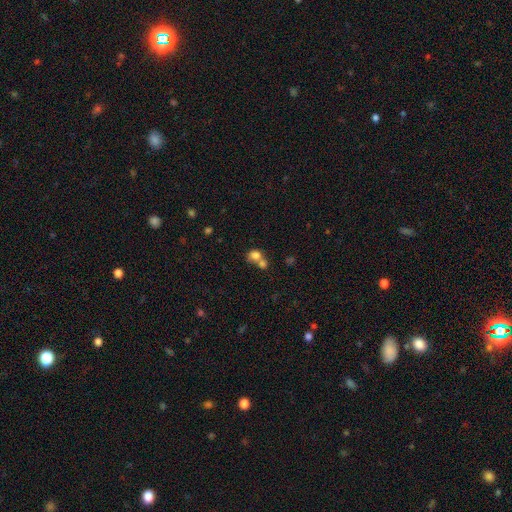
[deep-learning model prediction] This is likely a smooth galaxy (77%). How rounded: likely round (64%). Merging: possibly merger (57%).